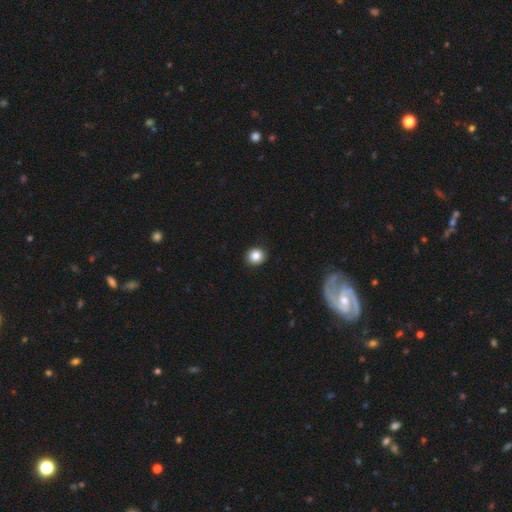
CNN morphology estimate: smooth 85%, star or artifact 10%, featured or disk 5%. Down the decision tree: how rounded — round (84%); merging — none (92%).